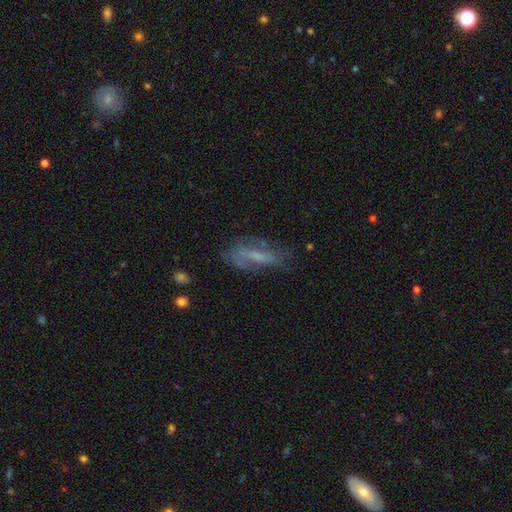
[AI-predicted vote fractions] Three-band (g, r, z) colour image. It shows a featured or disk galaxy (54%). Merging: none (57%).